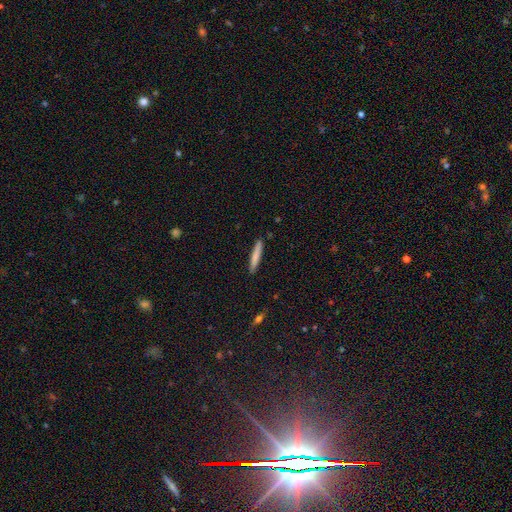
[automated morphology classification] Overall: smooth (78%). How rounded: cigar-shaped (95%). Merging: none (90%).